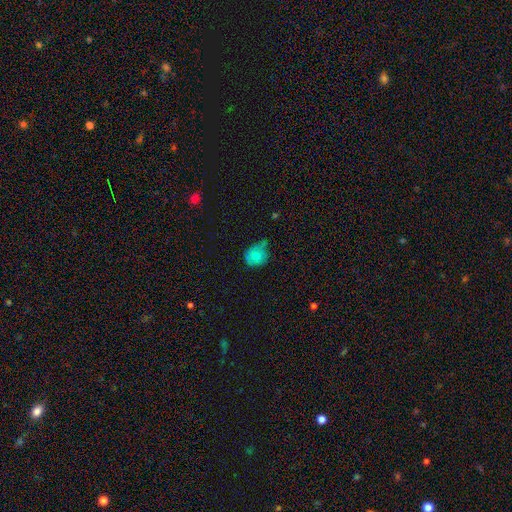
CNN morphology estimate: This is likely a smooth galaxy (75%). How rounded: likely round (69%). Merging: marginally none (39%, tied with minor disturbance).